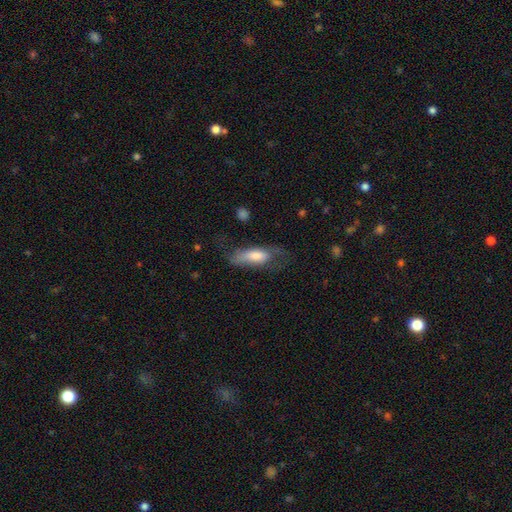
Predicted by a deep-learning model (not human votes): Smooth or featured: smooth — 62% (featured or disk — 31%)
How rounded: in between — 61% (cigar-shaped — 37%)
Merging: none — 43% (major disturbance — 28%)